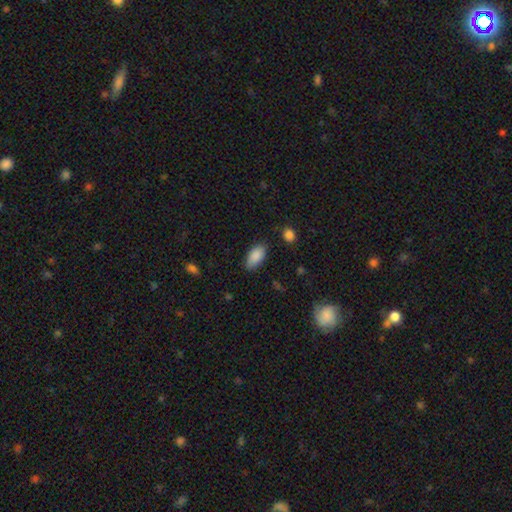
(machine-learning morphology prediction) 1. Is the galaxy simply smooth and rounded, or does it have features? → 88% smooth, 7% star or artifact, 5% featured or disk.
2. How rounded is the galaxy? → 91% in between, 6% cigar-shaped, 3% round.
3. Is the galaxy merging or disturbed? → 82% none, 13% minor disturbance, 3% major disturbance, 2% merger.